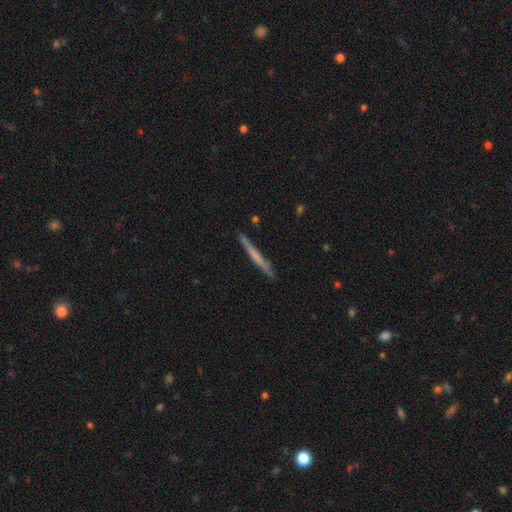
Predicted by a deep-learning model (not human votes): Smooth or featured: featured or disk — 48% (smooth — 46%)
Merging: none — 88% (minor disturbance — 9%)